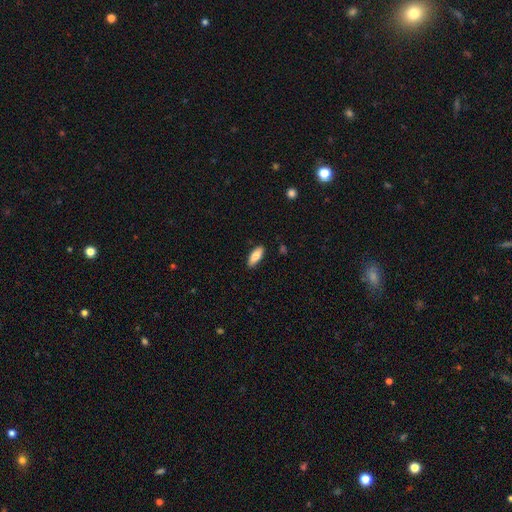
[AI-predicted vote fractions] smooth 81%, featured or disk 13%, star or artifact 6%. Down the decision tree: how rounded — in between (78%); merging — none (86%).